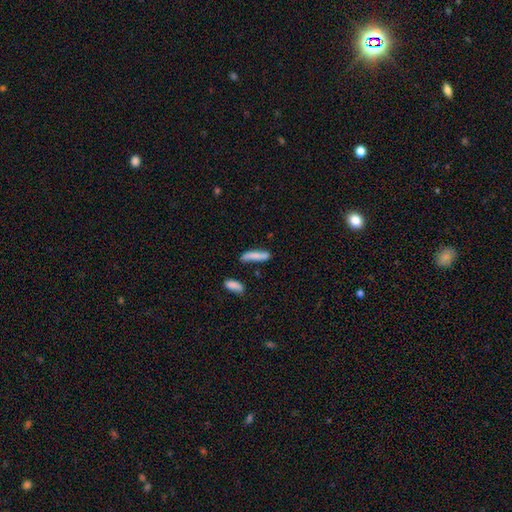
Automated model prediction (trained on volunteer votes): Smooth or featured? Predicted: smooth (p=0.76). How rounded? Predicted: cigar-shaped (p=0.79). Merging? Predicted: none (p=0.66).